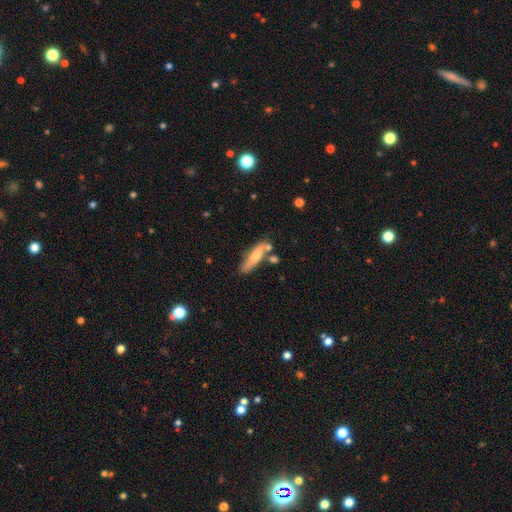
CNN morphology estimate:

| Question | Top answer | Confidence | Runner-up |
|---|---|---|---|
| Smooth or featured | smooth | 59% | featured or disk (35%) |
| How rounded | cigar-shaped | 73% | in between (25%) |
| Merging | none | 66% | minor disturbance (17%) |